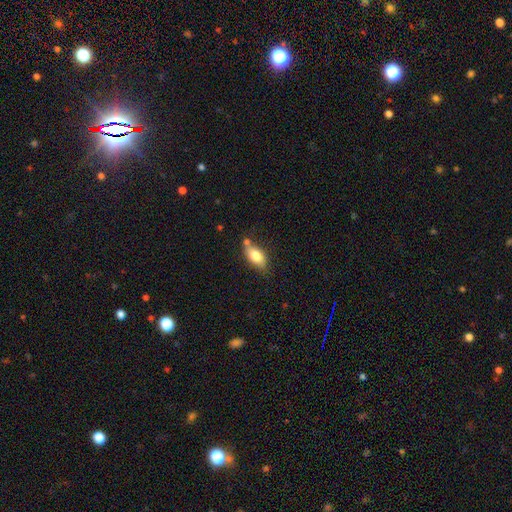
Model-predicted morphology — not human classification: Q: Smooth or featured?
A: smooth (76%); runner-up: featured or disk (16%)
Q: How rounded?
A: in between (86%); runner-up: cigar-shaped (9%)
Q: Merging?
A: none (63%); runner-up: minor disturbance (20%)